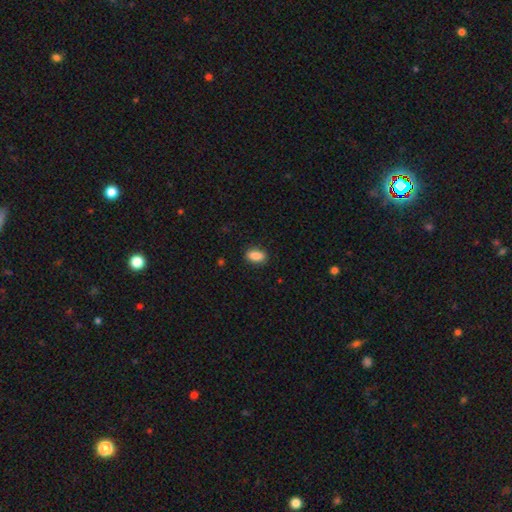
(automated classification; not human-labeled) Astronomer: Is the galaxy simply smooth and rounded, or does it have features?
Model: smooth — 88%.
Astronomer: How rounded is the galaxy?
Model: in between — 89%.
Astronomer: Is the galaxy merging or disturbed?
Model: none — 87%.